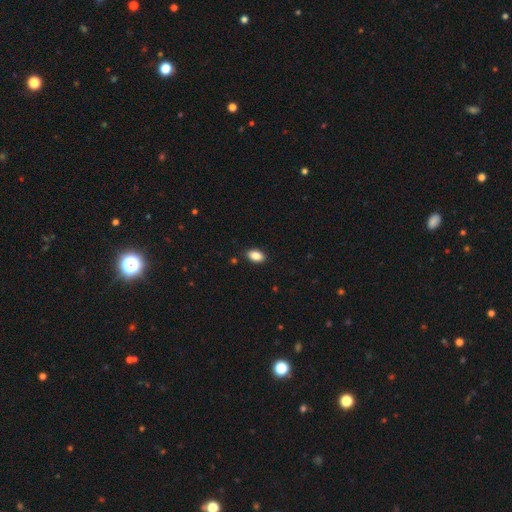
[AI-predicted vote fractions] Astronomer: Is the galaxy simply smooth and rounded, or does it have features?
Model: smooth — 87%.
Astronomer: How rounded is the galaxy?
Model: in between — 91%.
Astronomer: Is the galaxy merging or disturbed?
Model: none — 89%.